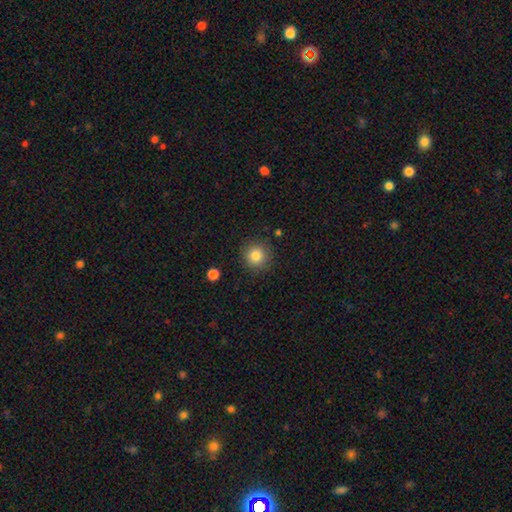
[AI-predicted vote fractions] Morphology: type=smooth (84%); roundness=round (94%); merging=none (88%).